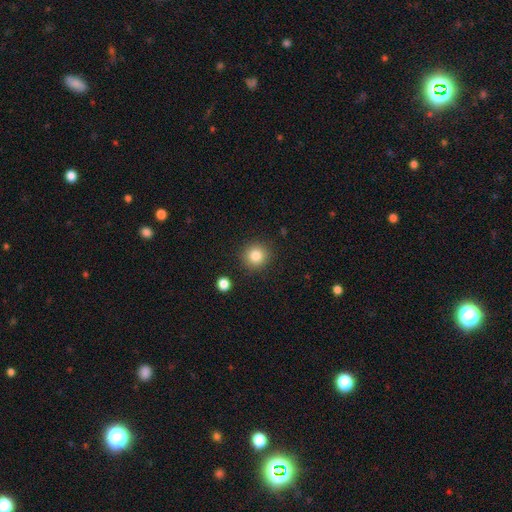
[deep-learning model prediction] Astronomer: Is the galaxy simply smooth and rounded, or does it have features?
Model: smooth — 83%.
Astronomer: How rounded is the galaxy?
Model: round — 93%.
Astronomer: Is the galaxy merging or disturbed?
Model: none — 89%.